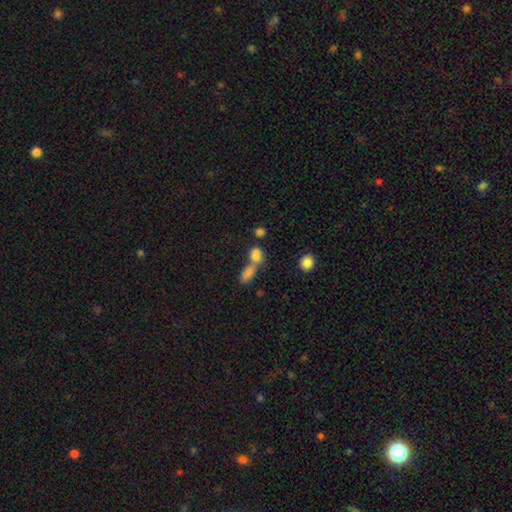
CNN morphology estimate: smooth_or_featured: smooth (p=0.78) [alt: star or artifact p=0.12]
how_rounded: in between (p=0.63) [alt: round p=0.31]
merging: merger (p=0.63) [alt: none p=0.26]